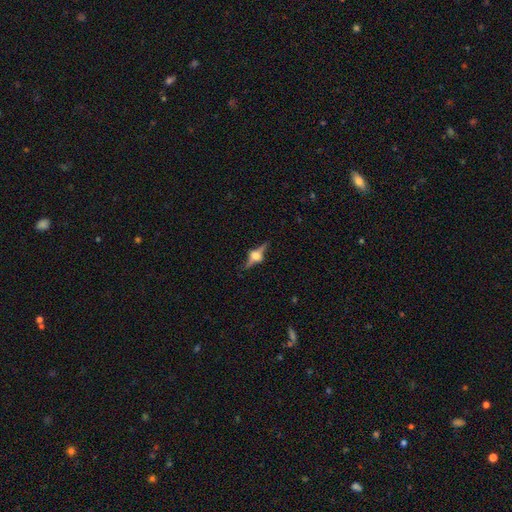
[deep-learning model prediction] smooth_or_featured: featured or disk (p=0.79) [alt: smooth p=0.12]
disk_edge_on: yes (p=0.96) [alt: no p=0.04]
edge_on_bulge: rounded (p=0.95) [alt: boxy p=0.04]
merging: none (p=0.82) [alt: minor disturbance p=0.12]